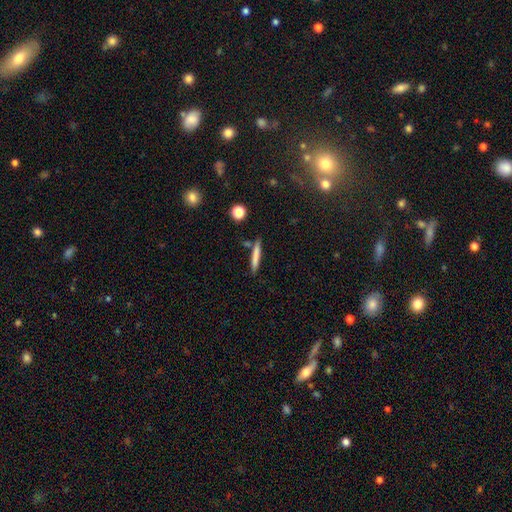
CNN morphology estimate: Q: Smooth or featured?
A: smooth (74%); runner-up: featured or disk (19%)
Q: How rounded?
A: cigar-shaped (93%); runner-up: in between (5%)
Q: Merging?
A: none (82%); runner-up: minor disturbance (10%)